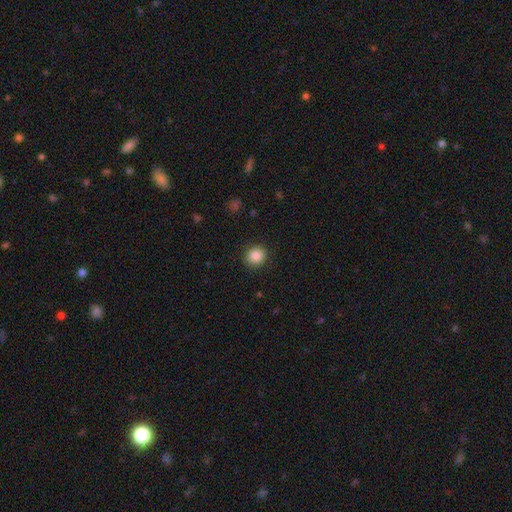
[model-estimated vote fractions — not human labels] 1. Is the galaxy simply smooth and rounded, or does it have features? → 87% smooth, 9% star or artifact, 4% featured or disk.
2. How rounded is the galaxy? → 84% round, 16% in between, 1% cigar-shaped.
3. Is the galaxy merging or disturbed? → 89% none, 7% minor disturbance, 2% major disturbance, 1% merger.